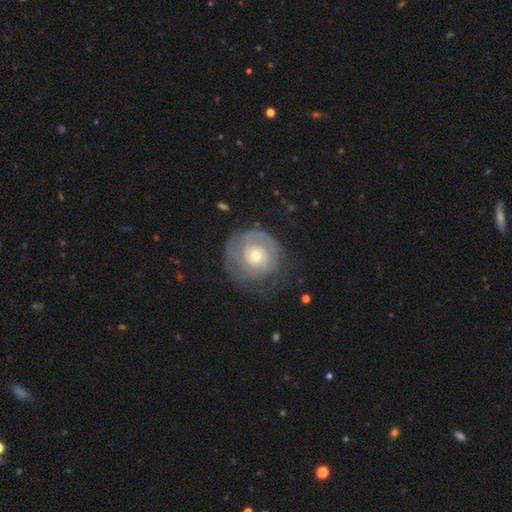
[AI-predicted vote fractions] featured or disk 71%, smooth 22%, star or artifact 6%. Down the decision tree: edge-on disk — no (97%); bar — no (80%); spiral arms — yes (83%); spiral arm count — can't tell (47%); spiral winding — tight (74%); bulge size — small (52%); merging — none (66%).